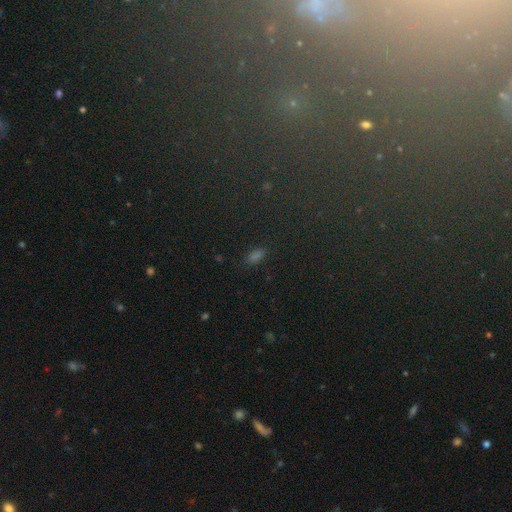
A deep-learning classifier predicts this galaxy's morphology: Smooth or featured: smooth — 63% (star or artifact — 29%)
How rounded: in between — 81% (cigar-shaped — 12%)
Merging: none — 84% (minor disturbance — 11%)